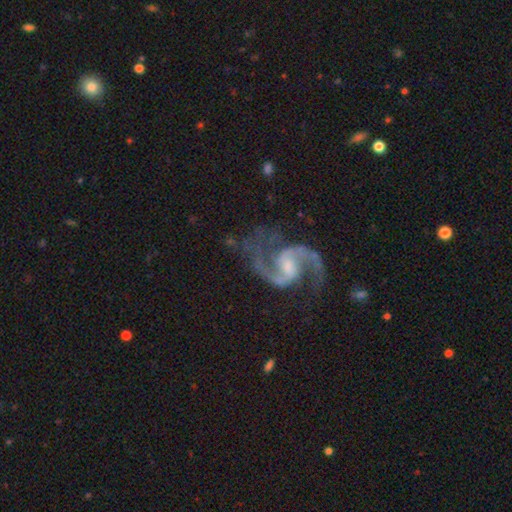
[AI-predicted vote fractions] Morphology: type=featured or disk (93%); edge-on=no (98%); bar=weak (51%); spiral arms=yes (99%); winding=medium (63%); arm count=2 (94%); bulge=small (50%); merging=none (77%).